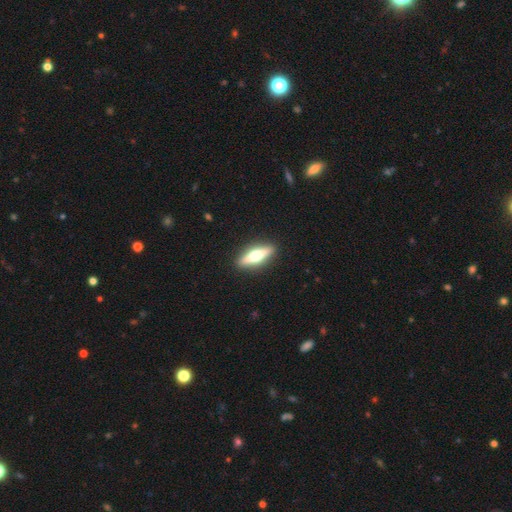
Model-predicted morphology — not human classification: Overall: featured or disk (61%; smooth 34%). Edge-on disk: yes (93%). Edge-on bulge: rounded (96%). Merging: none (91%).